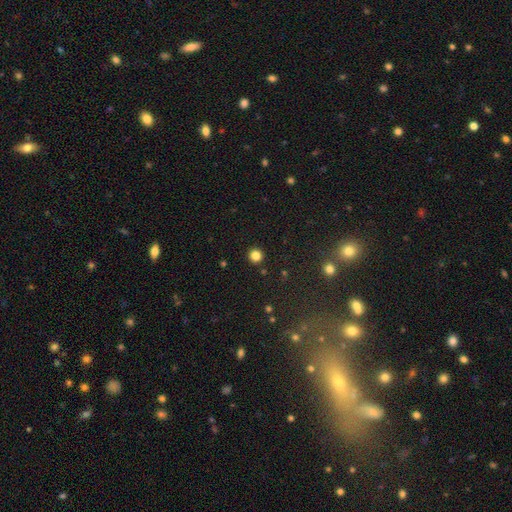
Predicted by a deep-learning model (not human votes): A smooth galaxy with no disk features (83%) that is round (94%).

Vote fractions:
- Smooth or featured? smooth: 83% / star or artifact: 13% / featured or disk: 4%
- How rounded? round: 94% / in between: 5% / cigar-shaped: 1%
- Merging? none: 93% / minor disturbance: 4% / major disturbance: 2% / merger: 1%